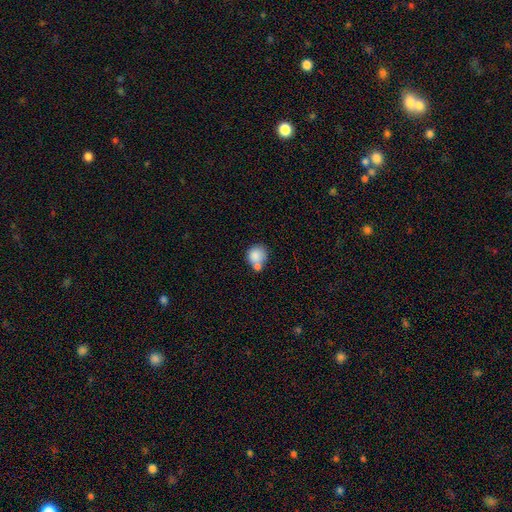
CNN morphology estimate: A smooth galaxy with no disk features (82%) that is round (81%). Merging: none (44%).